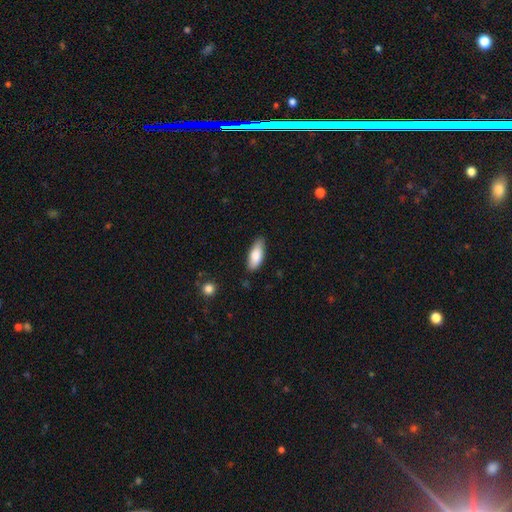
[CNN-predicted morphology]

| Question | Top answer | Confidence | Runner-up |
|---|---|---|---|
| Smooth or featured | smooth | 83% | featured or disk (11%) |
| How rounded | in between | 79% | cigar-shaped (19%) |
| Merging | none | 78% | minor disturbance (18%) |